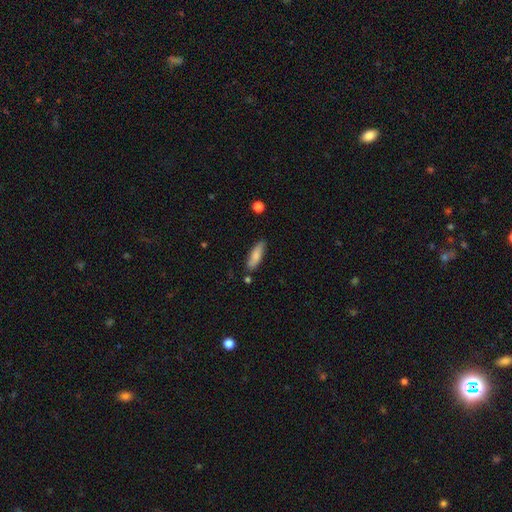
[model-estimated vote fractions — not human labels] Smooth or featured: smooth — 78% (featured or disk — 15%)
How rounded: cigar-shaped — 49% (tied with in between — 49%)
Merging: none — 81% (minor disturbance — 13%)